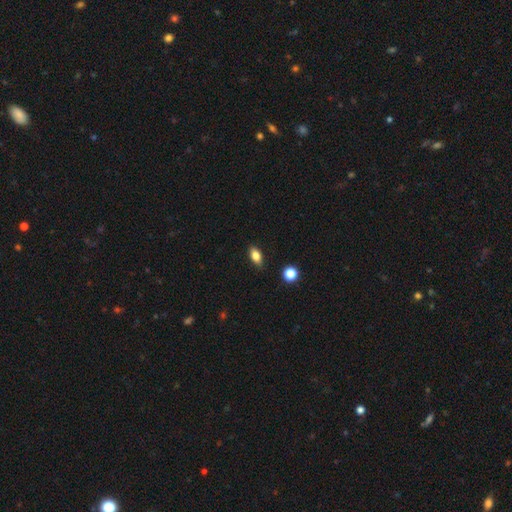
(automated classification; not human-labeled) Overall: smooth (79%). How rounded: in between (84%). Merging: none (87%).